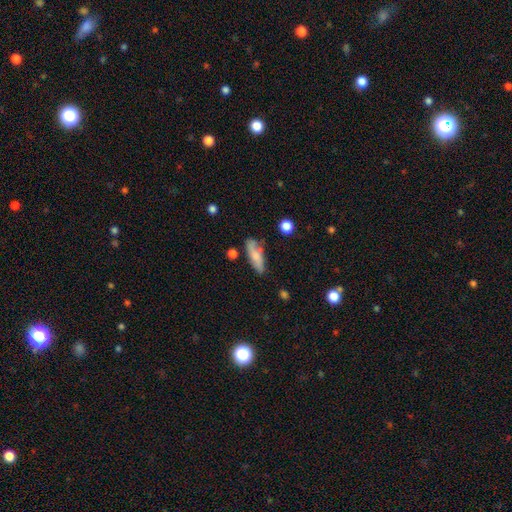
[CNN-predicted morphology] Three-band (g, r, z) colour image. It shows a smooth galaxy with no disk features (68%) that is in between round and cigar-shaped (56%). Merging: none (64%).